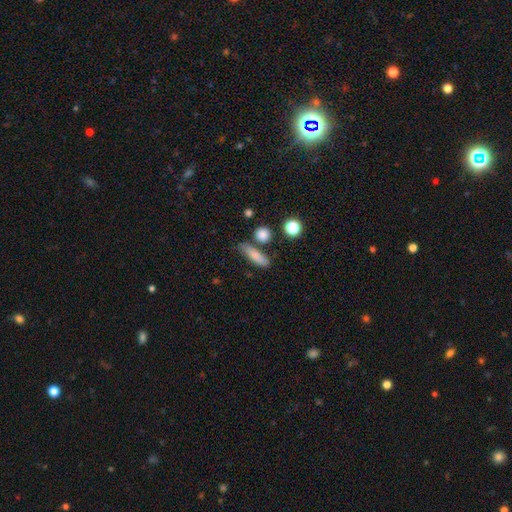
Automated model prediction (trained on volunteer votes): Overall: smooth (80%). How rounded: cigar-shaped (57%; in between 36%). Merging: none (69%).